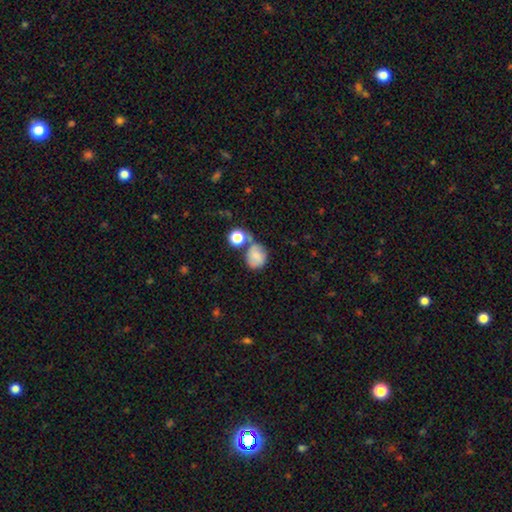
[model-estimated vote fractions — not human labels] Smooth or featured? Predicted: smooth (p=0.73). How rounded? Predicted: round (p=0.69). Merging? Predicted: none (p=0.43).